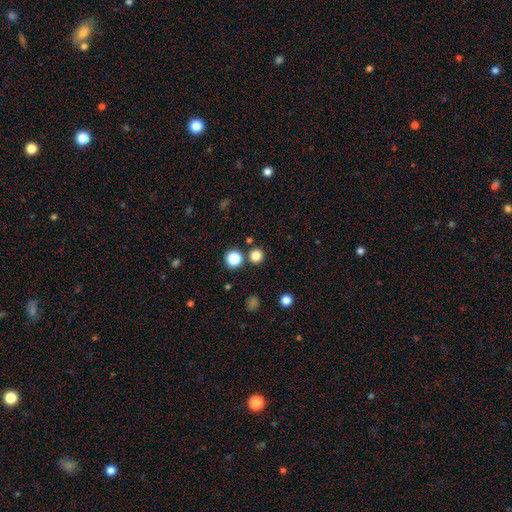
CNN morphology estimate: smooth 80%, star or artifact 16%, featured or disk 4%. Down the decision tree: how rounded — round (95%); merging — none (85%).